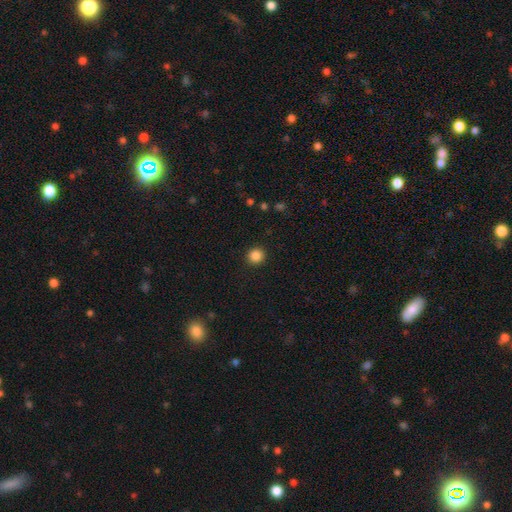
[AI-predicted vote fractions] Morphology: type=smooth (86%); roundness=round (93%); merging=none (92%).